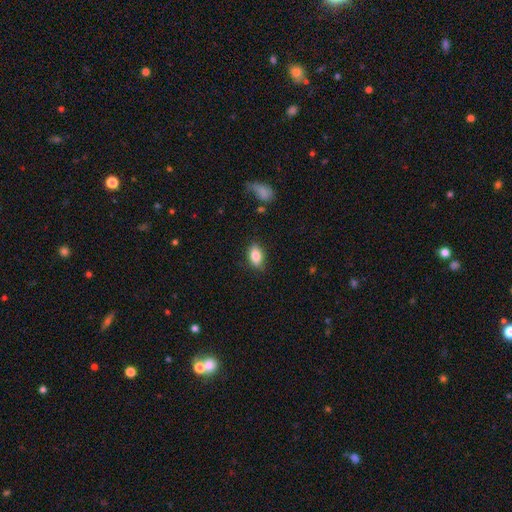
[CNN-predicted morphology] smooth_or_featured: smooth (p=0.82) [alt: featured or disk p=0.10]
how_rounded: in between (p=0.86) [alt: round p=0.10]
merging: none (p=0.82) [alt: minor disturbance p=0.14]